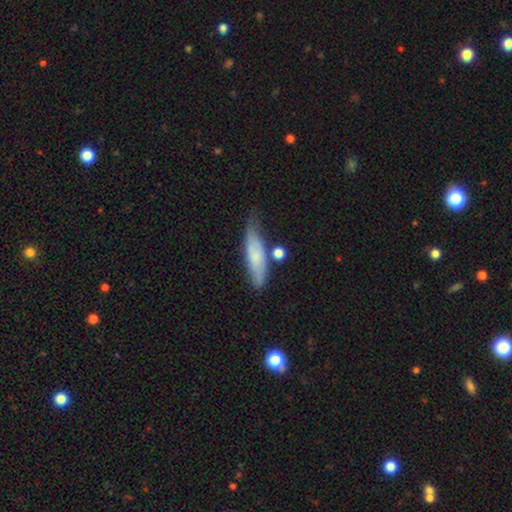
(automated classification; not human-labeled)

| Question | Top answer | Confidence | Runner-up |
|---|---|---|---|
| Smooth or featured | smooth | 64% | featured or disk (29%) |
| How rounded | cigar-shaped | 63% | in between (34%) |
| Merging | none | 56% | minor disturbance (28%) |